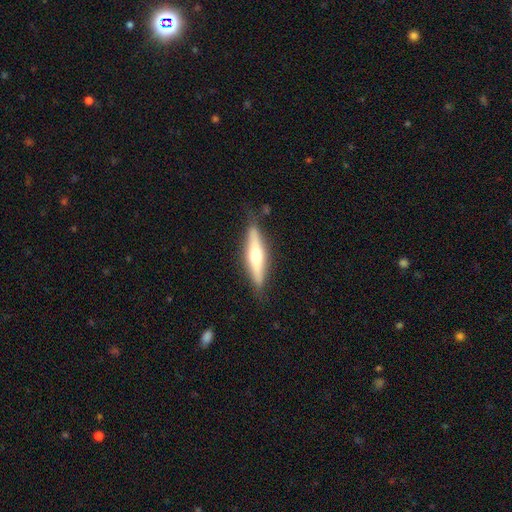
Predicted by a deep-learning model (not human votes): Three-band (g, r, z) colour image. It shows a featured or disk galaxy (56%) viewed edge-on (92%) with a rounded central bulge (89%). Merging: none (82%).